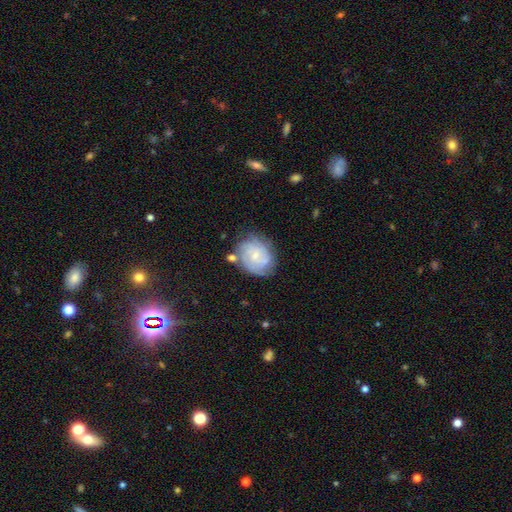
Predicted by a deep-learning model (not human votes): Smooth or featured? Predicted: featured or disk (p=0.66). Edge-on disk? Predicted: no (p=0.98). Bar? Predicted: no (p=0.71). Spiral arms? Predicted: yes (p=0.88). Spiral winding? Predicted: tight (p=0.67). Spiral arm count? Predicted: can't tell (p=0.45). Bulge size? Predicted: small (p=0.70). Merging? Predicted: none (p=0.65).